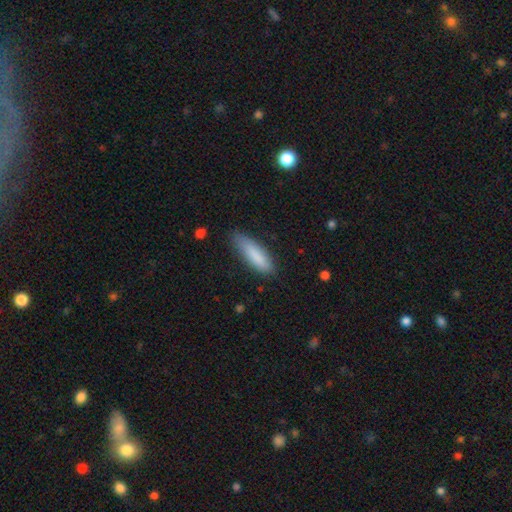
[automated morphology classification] A smooth galaxy with no disk features (85%) that is cigar-shaped (57%). Merging: none (79%).